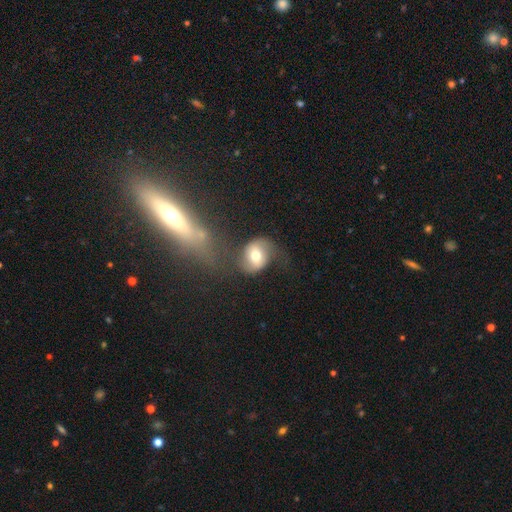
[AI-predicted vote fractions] Q: Smooth or featured?
A: featured or disk (50%); runner-up: smooth (42%)
Q: Merging?
A: none (54%); runner-up: minor disturbance (20%)